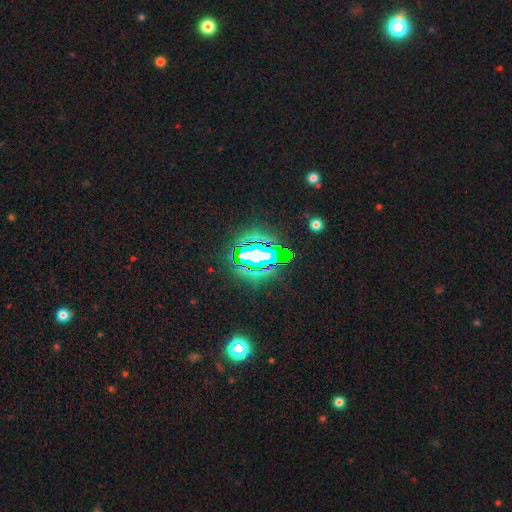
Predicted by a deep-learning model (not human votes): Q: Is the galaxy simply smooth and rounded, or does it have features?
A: star or artifact — 68%.